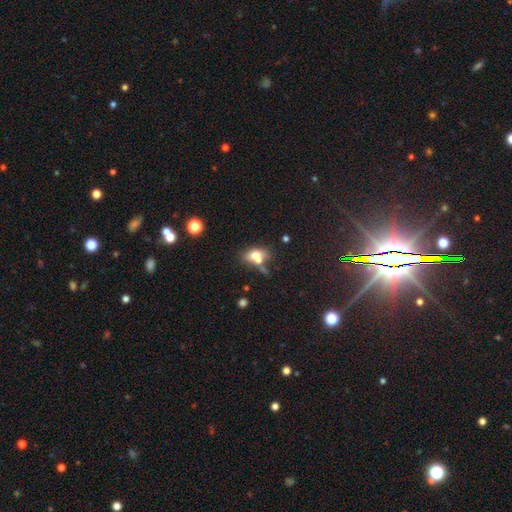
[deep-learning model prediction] Smooth or featured? Predicted: smooth (p=0.66). How rounded? Predicted: in between (p=0.77). Merging? Predicted: merger (p=0.42).